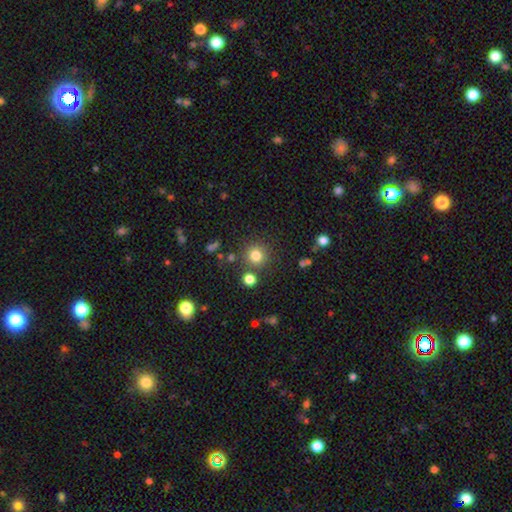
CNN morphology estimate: smooth 80%, star or artifact 14%, featured or disk 6%. Down the decision tree: how rounded — round (93%); merging — none (82%).